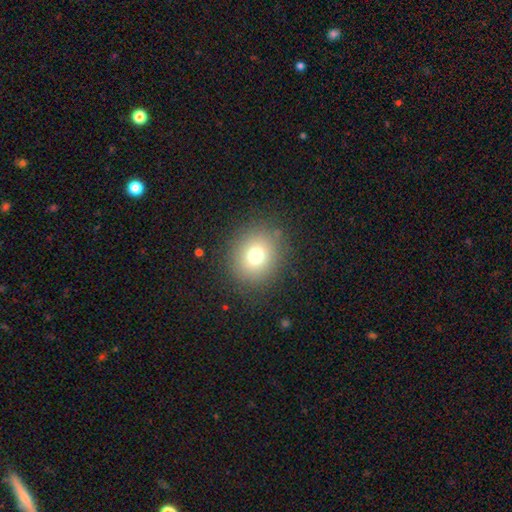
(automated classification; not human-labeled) The model was most divided on "smooth or featured": smooth: 73%, star or artifact: 15%, featured or disk: 12%. More confident: merging — none (86%); how rounded — round (83%).